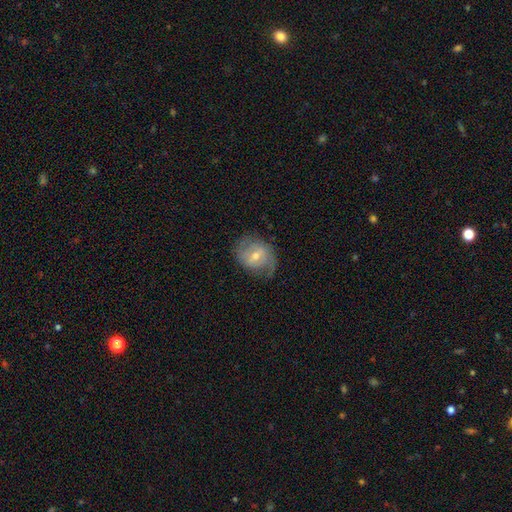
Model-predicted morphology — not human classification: A featured or disk galaxy (65%) with a weak bar (51%), 2 (65%) medium (43%) spiral arms (80%) and a moderate central bulge (48%).

Vote fractions:
- Smooth or featured? featured or disk: 65% / smooth: 26% / star or artifact: 8%
- Edge-on disk? no: 96% / yes: 4%
- Bar? weak: 51% / no: 26% / strong: 23%
- Spiral arms? yes: 80% / no: 20%
- Spiral winding? medium: 43% / tight: 31% / loose: 26%
- Spiral arm count? 2: 65% / can't tell: 20% / 1: 9% / 3: 3% / 4: 1% / more than 4: 1%
- Bulge size? moderate: 48% / small: 47% / large: 2% / none: 2% / dominant: 1%
- Merging? none: 65% / minor disturbance: 22% / major disturbance: 11% / merger: 1%